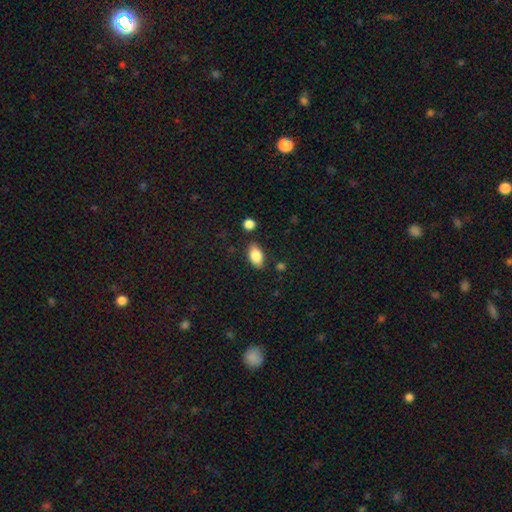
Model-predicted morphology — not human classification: smooth-or-featured: smooth: 84% | featured or disk: 9% | star or artifact: 7%
  how-rounded: in between: 91% | round: 6% | cigar-shaped: 3%
  merging: none: 83% | minor disturbance: 11% | merger: 3% | major disturbance: 3%